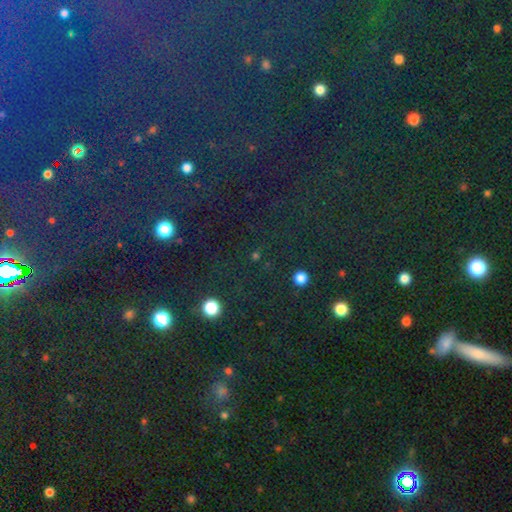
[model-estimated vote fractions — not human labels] Smooth or featured? star or artifact (62%)